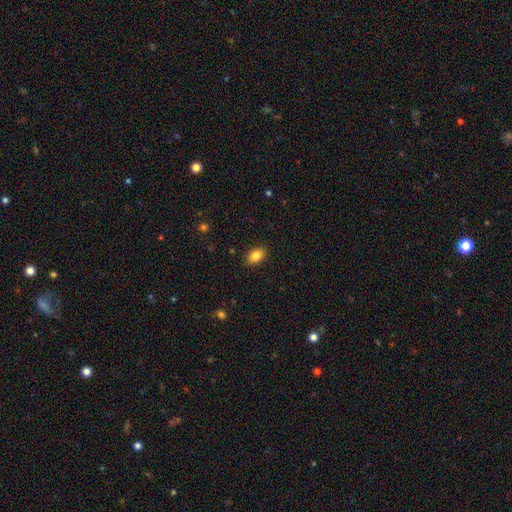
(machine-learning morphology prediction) smooth_or_featured: smooth (p=0.85) [alt: star or artifact p=0.08]
how_rounded: in between (p=0.89) [alt: round p=0.09]
merging: none (p=0.88) [alt: minor disturbance p=0.08]